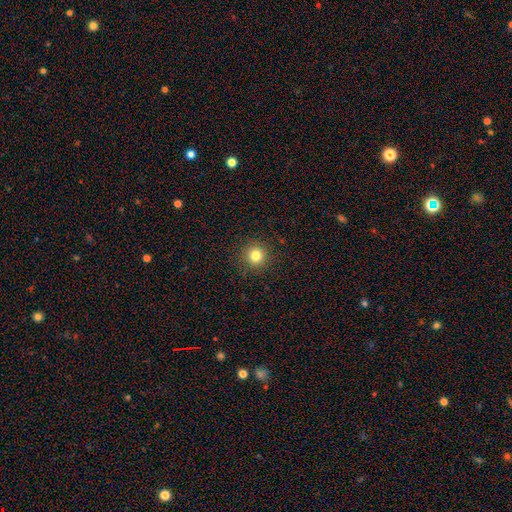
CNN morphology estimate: Smooth or featured? smooth (81%)
How rounded? round (95%)
Merging? none (92%)